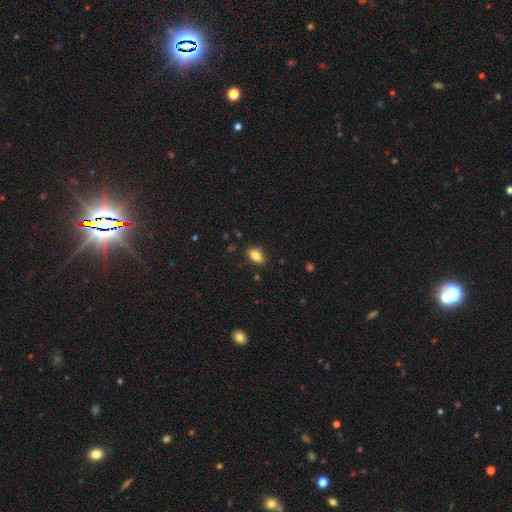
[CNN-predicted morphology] Smooth or featured? smooth (82%)
How rounded? in between (87%)
Merging? none (79%)